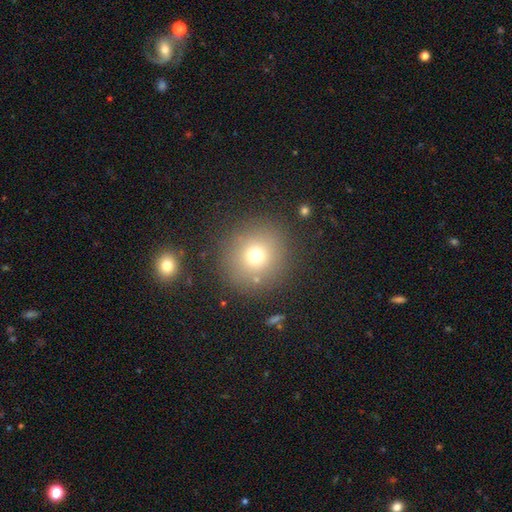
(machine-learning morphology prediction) Q: Smooth or featured?
A: smooth (71%); runner-up: star or artifact (17%)
Q: How rounded?
A: round (93%); runner-up: in between (6%)
Q: Merging?
A: none (85%); runner-up: minor disturbance (8%)